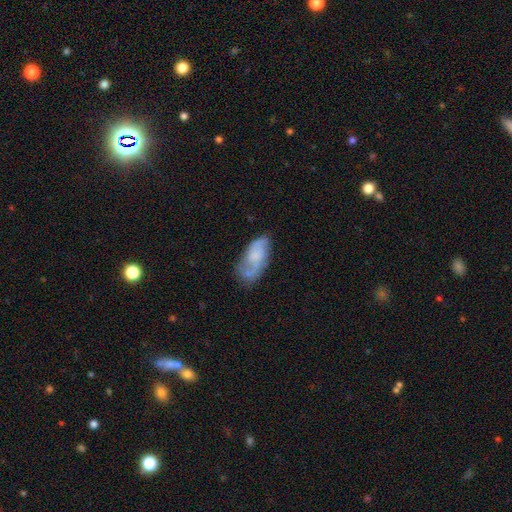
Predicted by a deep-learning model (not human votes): A featured or disk galaxy (54%).

Vote fractions:
- Smooth or featured? featured or disk: 54% / smooth: 38% / star or artifact: 8%
- Edge-on disk? no: 93% / yes: 7%
- Merging? none: 57% / minor disturbance: 26% / major disturbance: 12% / merger: 5%